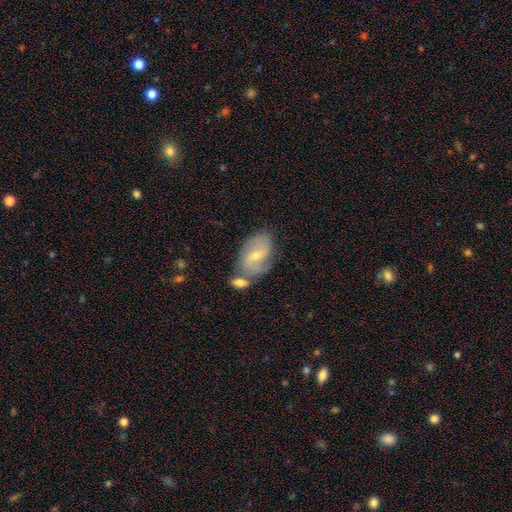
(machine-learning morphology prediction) Smooth or featured? Predicted: featured or disk (p=0.69). Edge-on disk? Predicted: no (p=0.95). Bar? Predicted: weak (p=0.51). Spiral arms? Predicted: yes (p=0.88). Spiral winding? Predicted: medium (p=0.45). Spiral arm count? Predicted: 2 (p=0.77). Bulge size? Predicted: small (p=0.54). Merging? Predicted: none (p=0.54).